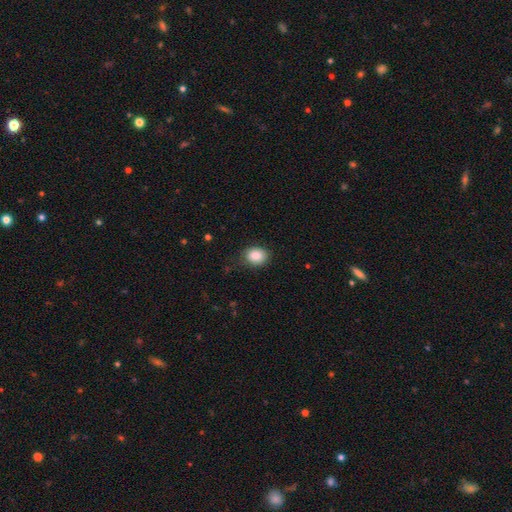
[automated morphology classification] smooth-or-featured: smooth: 87% | star or artifact: 8% | featured or disk: 5%
  how-rounded: round: 50% | in between: 49% | cigar-shaped: 1%
  merging: none: 80% | minor disturbance: 15% | major disturbance: 4% | merger: 1%